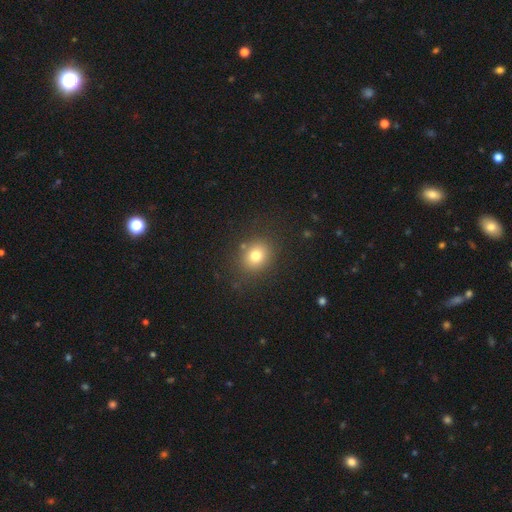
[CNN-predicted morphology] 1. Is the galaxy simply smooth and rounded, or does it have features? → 77% smooth, 14% star or artifact, 9% featured or disk.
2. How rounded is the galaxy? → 74% round, 25% in between, 1% cigar-shaped.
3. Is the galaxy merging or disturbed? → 84% none, 10% minor disturbance, 4% major disturbance, 3% merger.